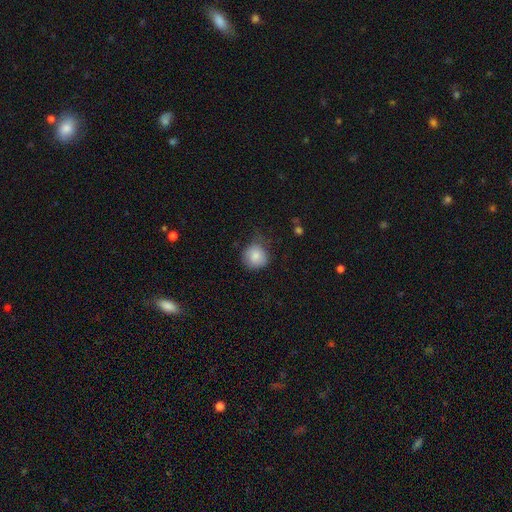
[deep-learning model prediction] Smooth or featured? Predicted: smooth (p=0.83). How rounded? Predicted: round (p=0.88). Merging? Predicted: none (p=0.59).